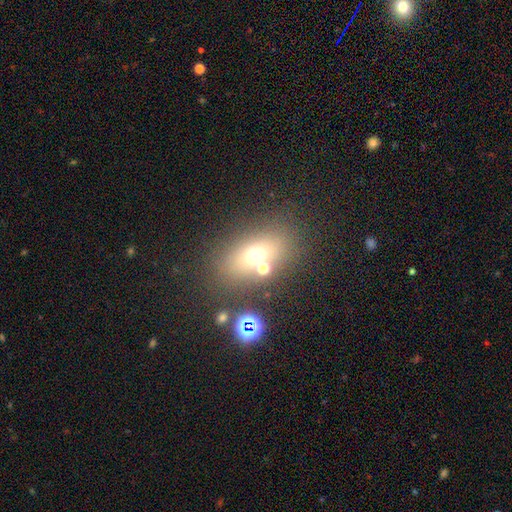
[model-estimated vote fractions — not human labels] smooth 60%, star or artifact 21%, featured or disk 19%. Down the decision tree: how rounded — in between (67%); merging — none (66%).